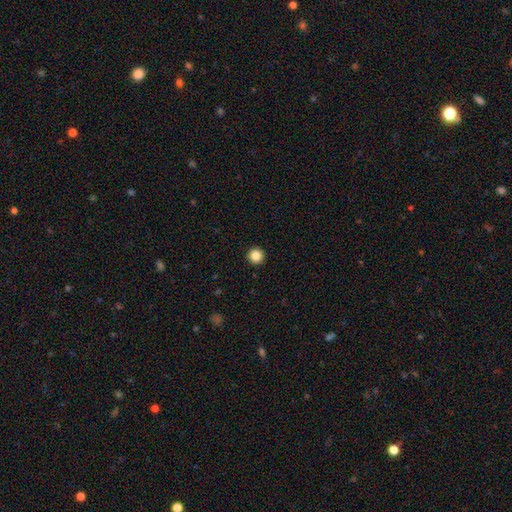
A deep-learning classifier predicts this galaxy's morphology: Smooth or featured? Predicted: smooth (p=0.86). How rounded? Predicted: round (p=0.96). Merging? Predicted: none (p=0.94).